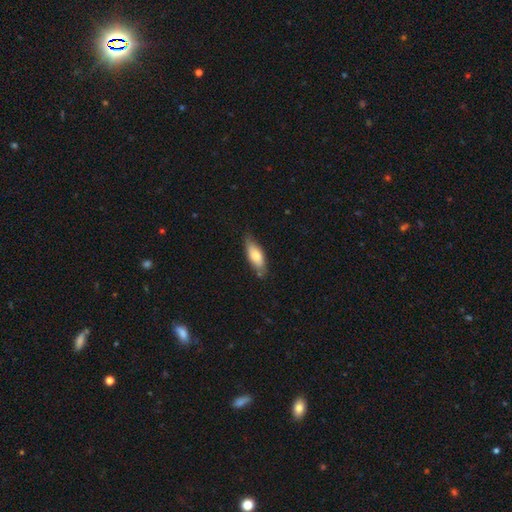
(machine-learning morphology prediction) This is likely a smooth galaxy (75%). How rounded: likely in between (73%). Merging: likely none (72%).